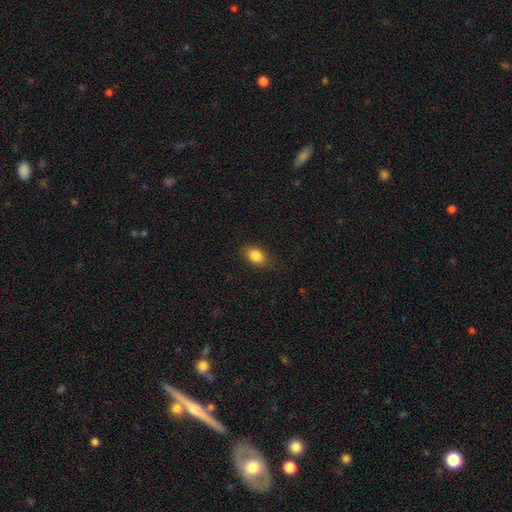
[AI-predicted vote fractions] The model was most divided on "how rounded": in between: 73%, round: 25%, cigar-shaped: 2%. More confident: smooth or featured — smooth (85%); merging — none (79%).